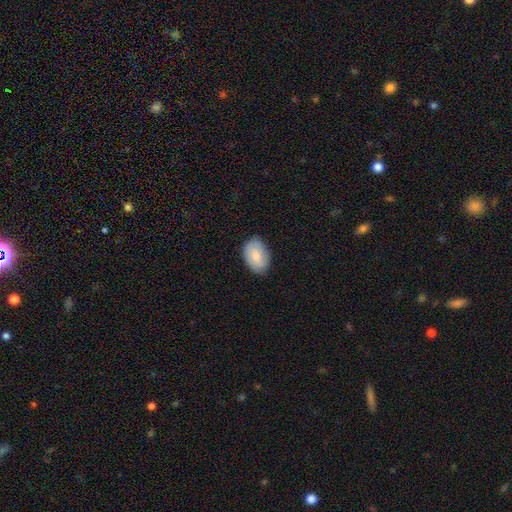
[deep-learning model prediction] smooth 77%, featured or disk 17%, star or artifact 6%. Down the decision tree: how rounded — in between (87%); merging — none (81%).